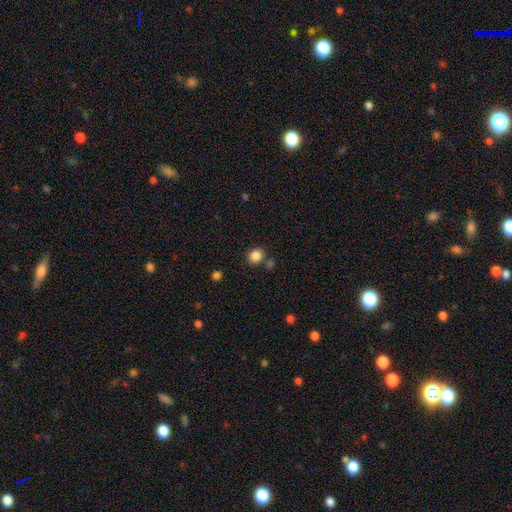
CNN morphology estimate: Smooth or featured? Predicted: smooth (p=0.85). How rounded? Predicted: round (p=0.80). Merging? Predicted: none (p=0.79).